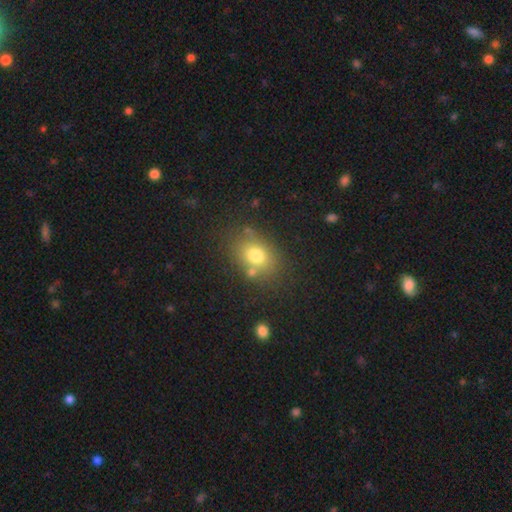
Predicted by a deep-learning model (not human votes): A smooth galaxy with no disk features (74%) that is in between round and cigar-shaped (60%). Merging: none (69%).